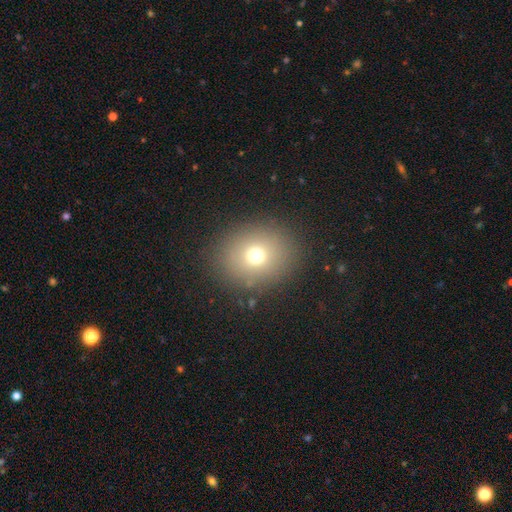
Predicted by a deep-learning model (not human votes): smooth_or_featured: smooth (p=0.70) [alt: star or artifact p=0.18]
how_rounded: round (p=0.72) [alt: in between p=0.27]
merging: none (p=0.87) [alt: minor disturbance p=0.07]